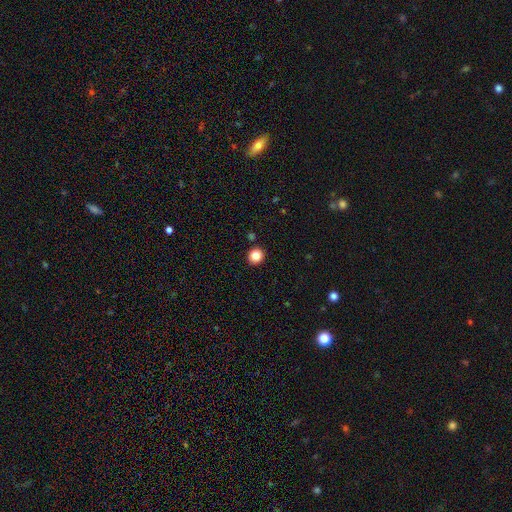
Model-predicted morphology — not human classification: The model was most divided on "smooth or featured": smooth: 85%, star or artifact: 11%, featured or disk: 5%. More confident: merging — none (91%); how rounded — round (88%).